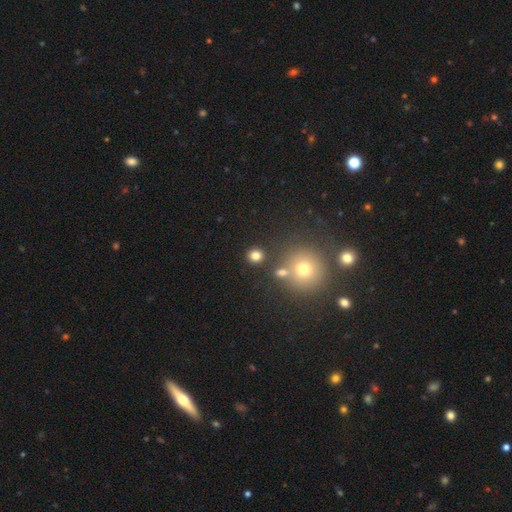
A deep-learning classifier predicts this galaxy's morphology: This is likely a smooth galaxy (79%). How rounded: clearly round (85%). Merging: clearly none (83%).